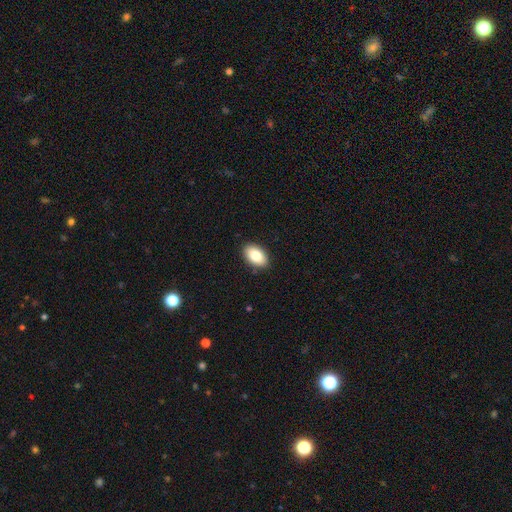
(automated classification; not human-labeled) smooth 84%, featured or disk 9%, star or artifact 7%. Down the decision tree: how rounded — in between (93%); merging — none (89%).